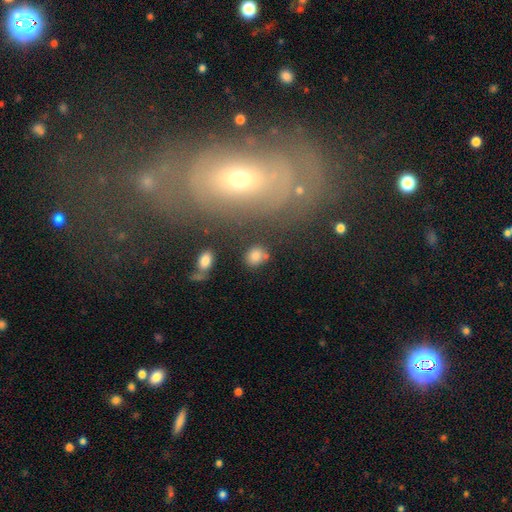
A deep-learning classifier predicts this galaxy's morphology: A smooth galaxy with no disk features (79%) that is round (68%).

Vote fractions:
- Smooth or featured? smooth: 79% / star or artifact: 13% / featured or disk: 8%
- How rounded? round: 68% / in between: 30% / cigar-shaped: 1%
- Merging? none: 73% / minor disturbance: 14% / merger: 8% / major disturbance: 5%